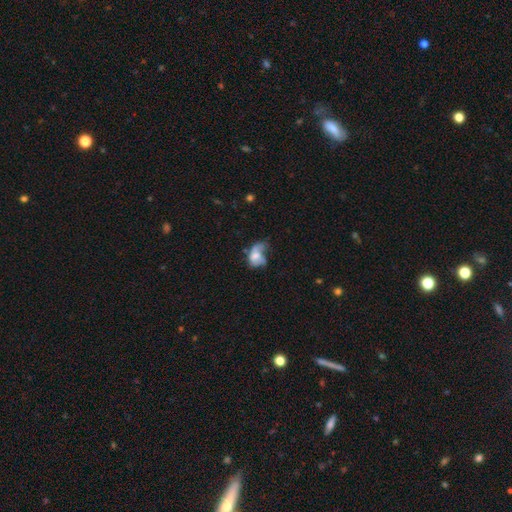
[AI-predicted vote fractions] A smooth galaxy with no disk features (53%) that is in between round and cigar-shaped (80%).

Vote fractions:
- Smooth or featured? smooth: 53% / featured or disk: 37% / star or artifact: 10%
- How rounded? in between: 80% / round: 19% / cigar-shaped: 2%
- Merging? major disturbance: 45% / minor disturbance: 26% / none: 20% / merger: 10%